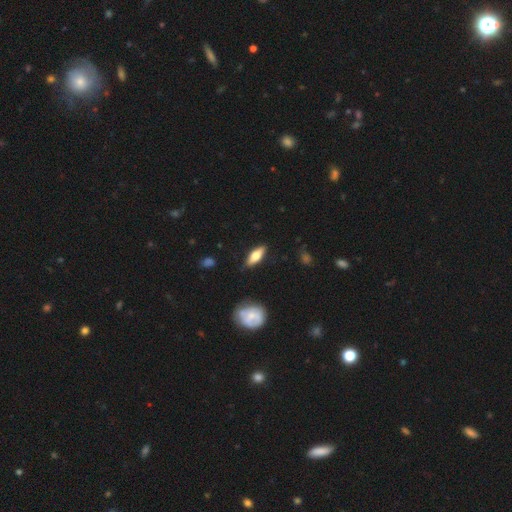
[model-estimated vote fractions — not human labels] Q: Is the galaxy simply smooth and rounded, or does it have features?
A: smooth — 57%.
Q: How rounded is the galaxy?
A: in between — 56%.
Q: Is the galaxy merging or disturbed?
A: none — 86%.